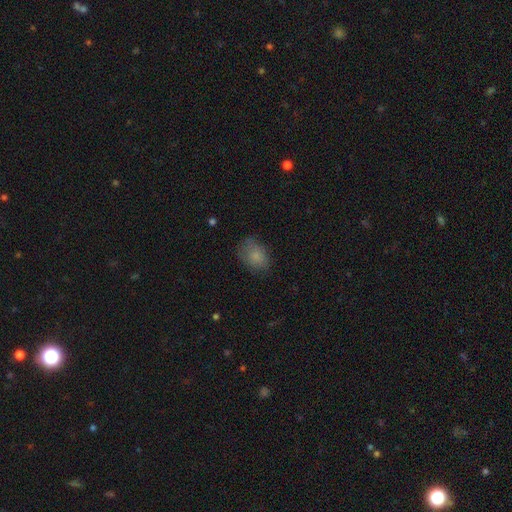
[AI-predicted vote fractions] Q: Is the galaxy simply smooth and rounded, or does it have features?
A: smooth — 80%.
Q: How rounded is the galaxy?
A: in between — 75%.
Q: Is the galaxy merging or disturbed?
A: none — 68%.